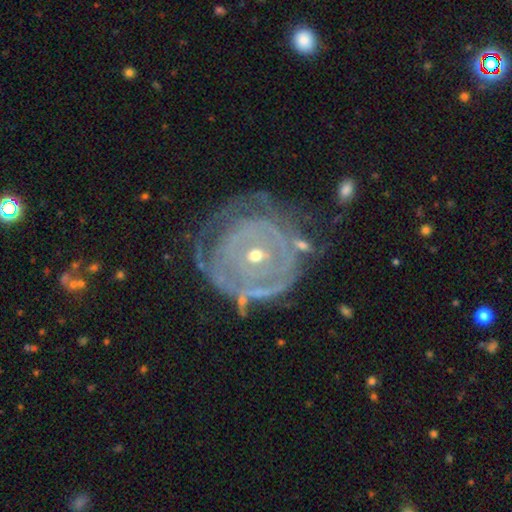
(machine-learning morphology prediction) featured or disk 81%, smooth 13%, star or artifact 7%. Down the decision tree: edge-on disk — no (97%); bar — no (76%); spiral arms — yes (77%); spiral arm count — can't tell (50%); spiral winding — tight (80%); bulge size — small (59%); merging — none (51%).